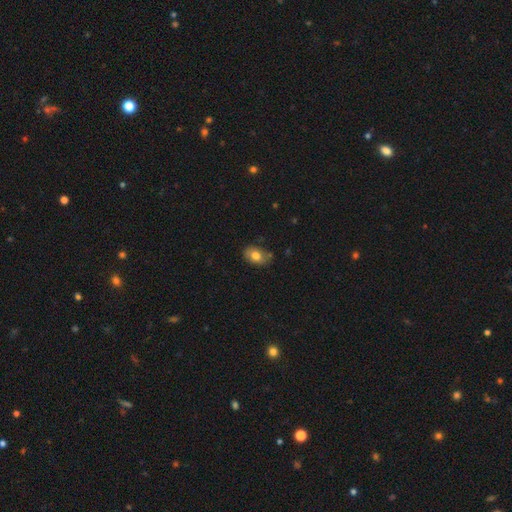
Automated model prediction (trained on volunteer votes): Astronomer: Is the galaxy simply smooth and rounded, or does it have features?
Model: smooth — 76%.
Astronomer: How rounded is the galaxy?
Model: in between — 84%.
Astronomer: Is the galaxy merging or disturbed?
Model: none — 73%.